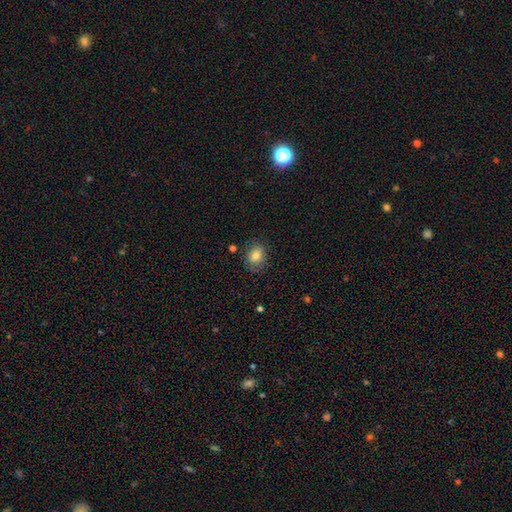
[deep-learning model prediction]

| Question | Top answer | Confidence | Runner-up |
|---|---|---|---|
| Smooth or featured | smooth | 79% | featured or disk (12%) |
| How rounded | in between | 54% | round (45%) |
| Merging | none | 79% | minor disturbance (15%) |